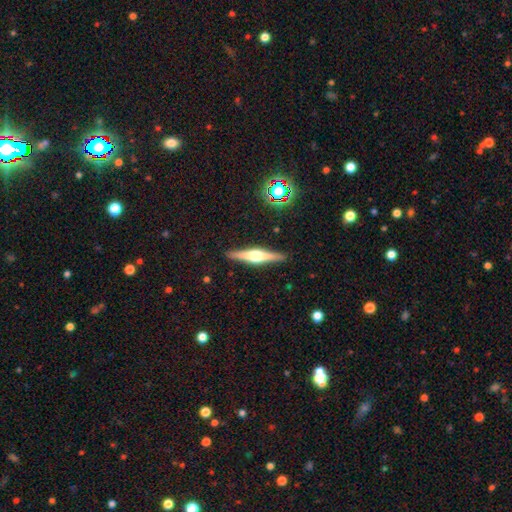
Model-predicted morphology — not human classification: A featured or disk galaxy (74%) viewed edge-on (98%) with a rounded central bulge (92%).

Vote fractions:
- Smooth or featured? featured or disk: 74% / smooth: 20% / star or artifact: 6%
- Edge-on disk? yes: 98% / no: 2%
- Edge-on bulge? rounded: 92% / boxy: 6% / none: 2%
- Merging? none: 91% / minor disturbance: 6% / major disturbance: 1% / merger: 1%